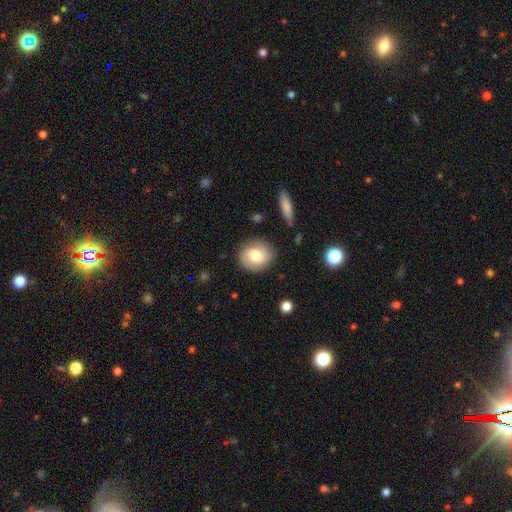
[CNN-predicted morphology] smooth_or_featured: smooth (p=0.55) [alt: featured or disk p=0.38]
how_rounded: round (p=0.78) [alt: in between p=0.21]
merging: none (p=0.82) [alt: minor disturbance p=0.12]